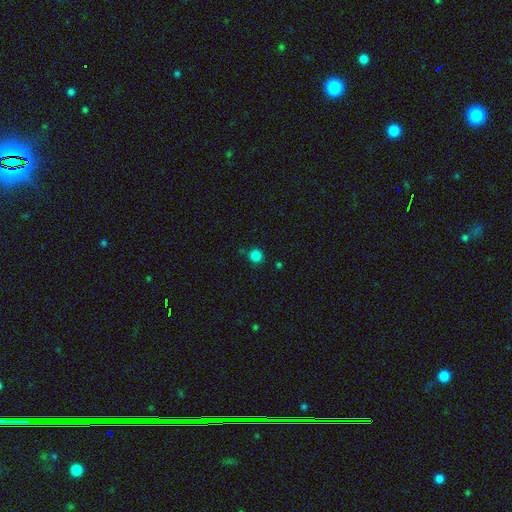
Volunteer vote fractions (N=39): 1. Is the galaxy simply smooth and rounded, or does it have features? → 85% smooth, 10% star or artifact, 5% featured or disk.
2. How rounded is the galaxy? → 100% round, 0% in between, 0% cigar-shaped.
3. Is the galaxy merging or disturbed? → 80% none, 14% minor disturbance, 6% merger, 0% major disturbance.